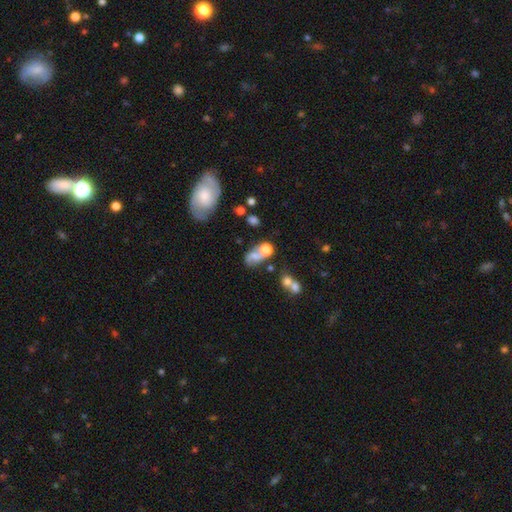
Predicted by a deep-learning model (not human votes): Smooth or featured? smooth (51%)
How rounded? in between (70%)
Merging? merger (38%)